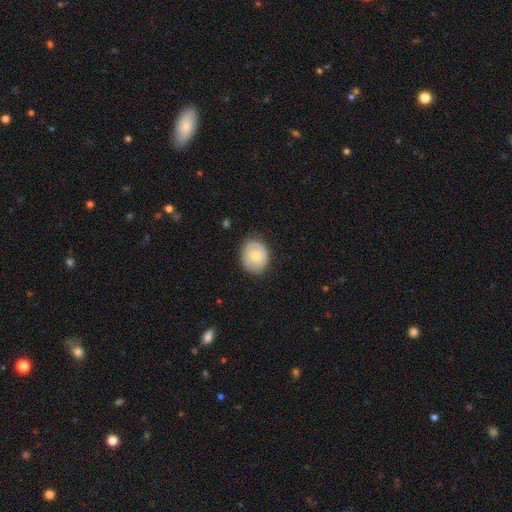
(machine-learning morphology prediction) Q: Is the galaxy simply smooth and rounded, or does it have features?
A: smooth — 68%.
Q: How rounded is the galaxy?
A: round — 61%.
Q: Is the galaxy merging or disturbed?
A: none — 78%.